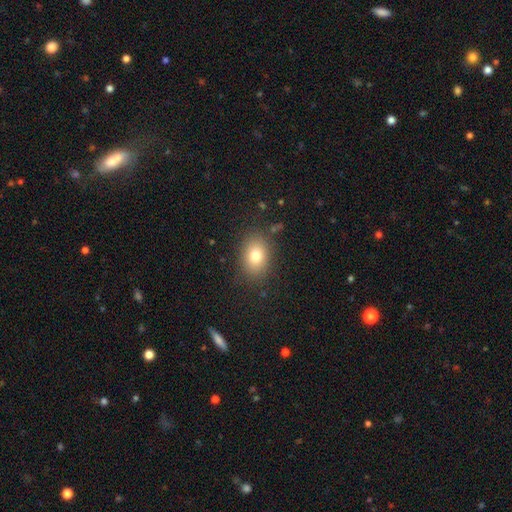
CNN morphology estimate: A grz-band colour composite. It shows a smooth galaxy with no disk features (79%) that is in between round and cigar-shaped (75%). Merging: none (84%).